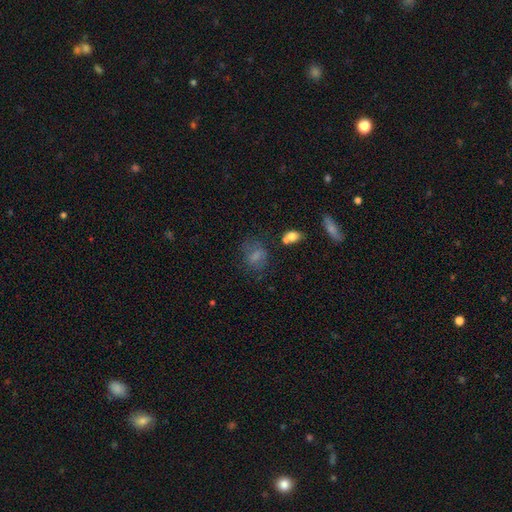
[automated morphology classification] A smooth galaxy with no disk features (64%) that is in between round and cigar-shaped (57%). Merging: none (57%).